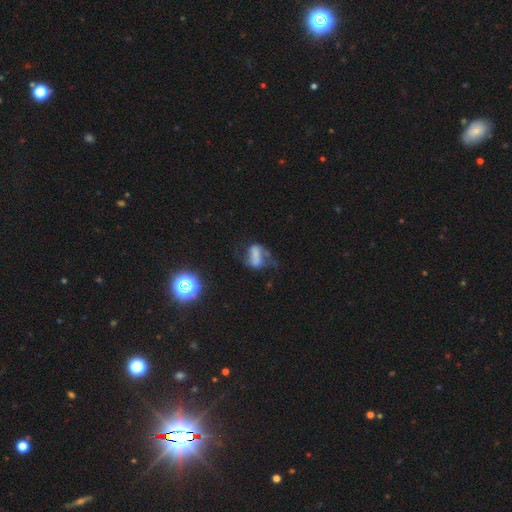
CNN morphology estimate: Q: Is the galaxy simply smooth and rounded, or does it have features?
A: featured or disk — 44%.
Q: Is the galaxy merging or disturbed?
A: major disturbance — 38%.